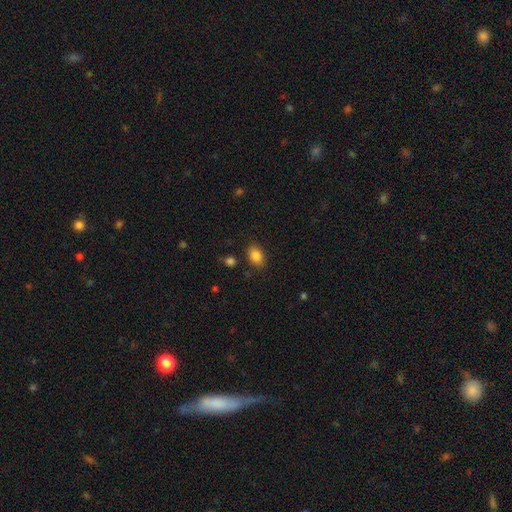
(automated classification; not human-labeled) This appears to be a smooth galaxy with no disk features (85%) that is in between round and cigar-shaped (75%). Merging: none (83%).